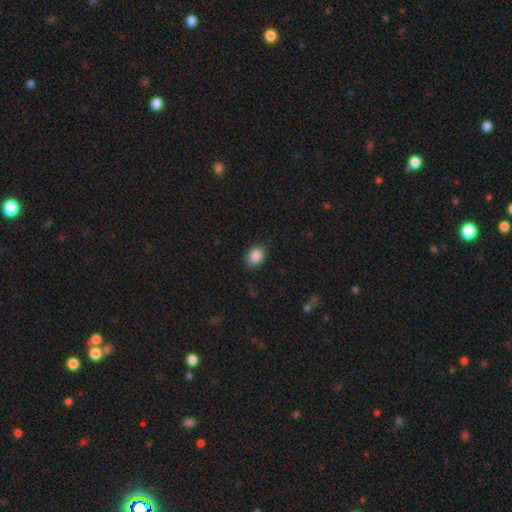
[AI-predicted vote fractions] smooth 88%, star or artifact 8%, featured or disk 4%. Down the decision tree: how rounded — in between (73%); merging — none (84%).